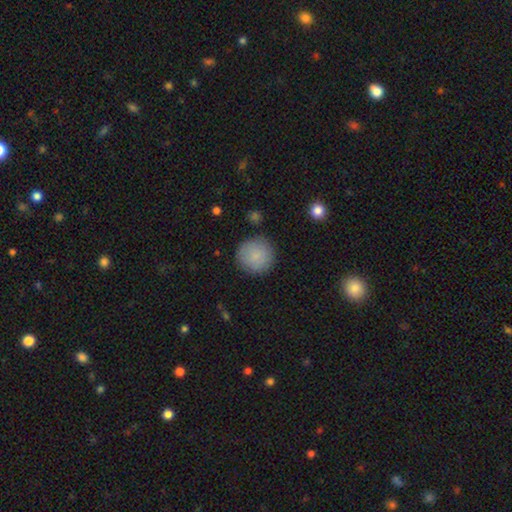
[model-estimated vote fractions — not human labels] smooth 87%, star or artifact 7%, featured or disk 6%. Down the decision tree: how rounded — round (95%); merging — none (85%).